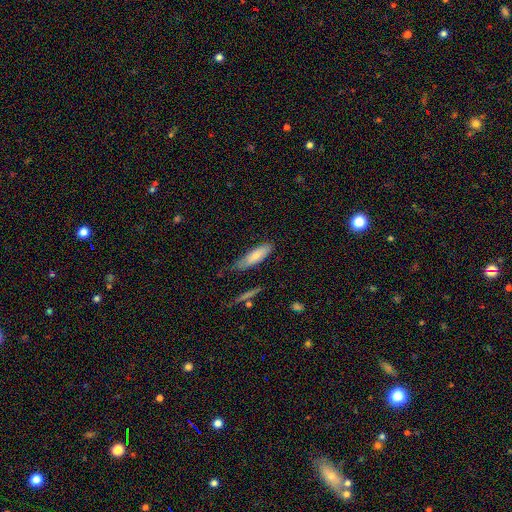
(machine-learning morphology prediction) A smooth galaxy with no disk features (74%) that is cigar-shaped (51%).

Vote fractions:
- Smooth or featured? smooth: 74% / featured or disk: 19% / star or artifact: 6%
- How rounded? cigar-shaped: 51% / in between: 47% / round: 2%
- Merging? none: 67% / minor disturbance: 25% / major disturbance: 5% / merger: 3%